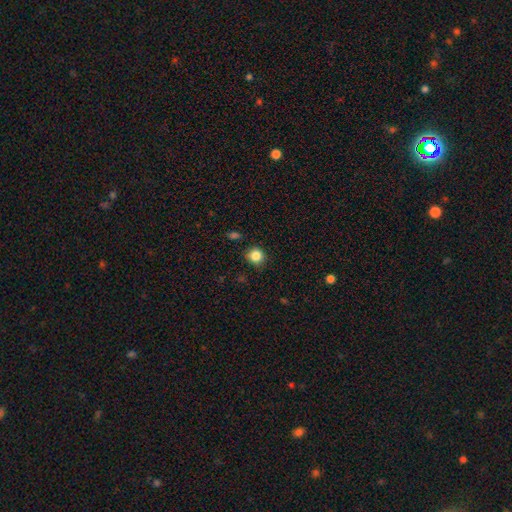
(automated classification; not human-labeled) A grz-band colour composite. It shows a smooth galaxy with no disk features (84%) that is round (88%). Merging: none (85%).